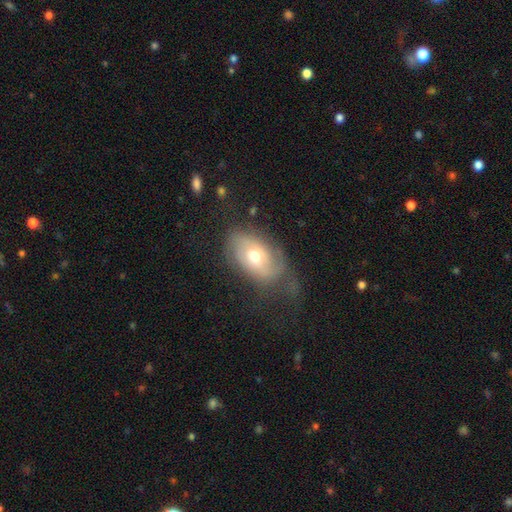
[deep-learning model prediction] Morphology: type=featured or disk (50%); merging=none (48%).